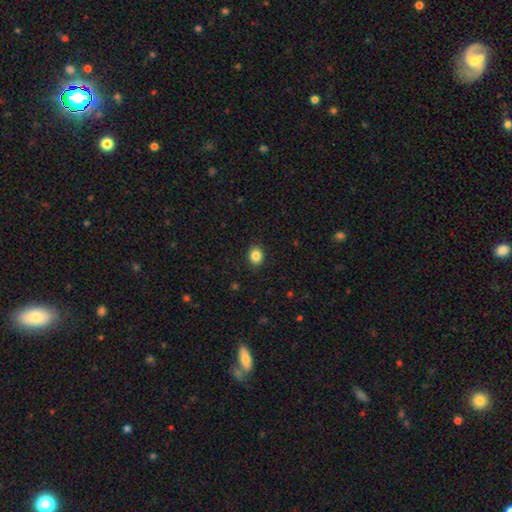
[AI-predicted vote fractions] The model was most divided on "how rounded": round: 56%, in between: 44%, cigar-shaped: 1%. More confident: merging — none (90%); smooth or featured — smooth (86%).